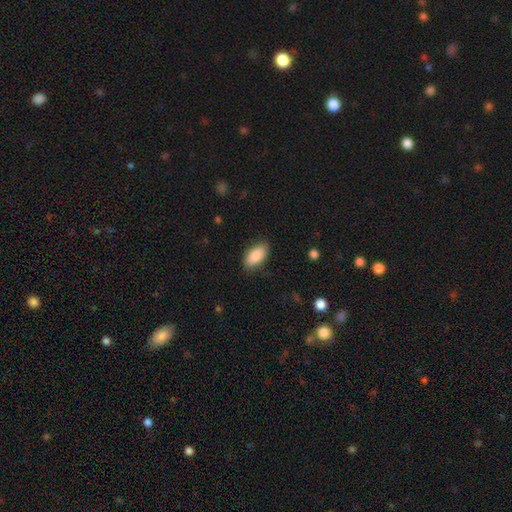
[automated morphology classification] Smooth or featured?
  - smooth: 85% *
  - featured or disk: 9%
  - star or artifact: 6%
How rounded?
  - in between: 93% *
  - cigar-shaped: 4%
  - round: 3%
Merging?
  - none: 84% *
  - minor disturbance: 12%
  - major disturbance: 3%
  - merger: 1%